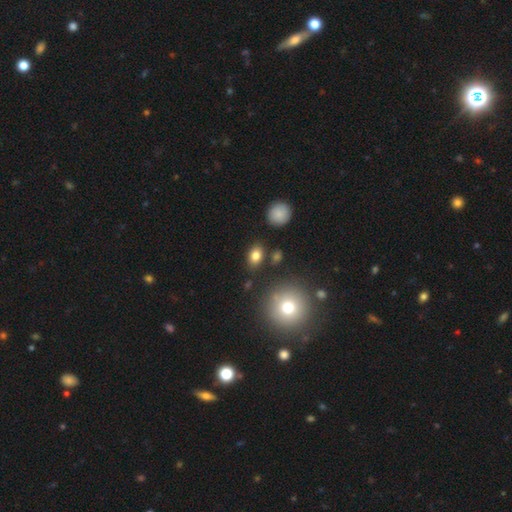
smooth-or-featured: smooth: 79% | featured or disk: 18% | star or artifact: 3%
  how-rounded: in between: 87% | round: 13% | cigar-shaped: 0%
  merging: none: 84% | minor disturbance: 11% | major disturbance: 3% | merger: 3%